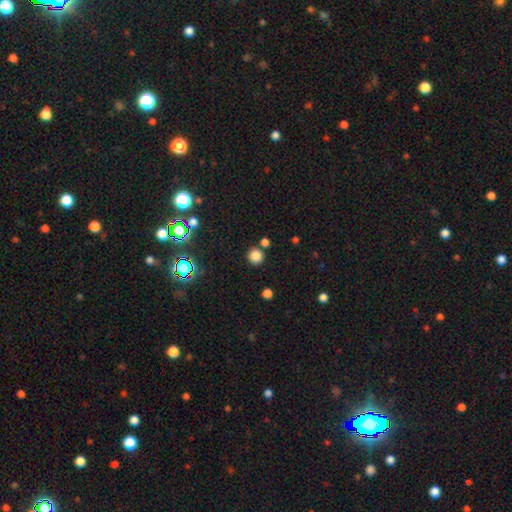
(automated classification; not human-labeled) smooth-or-featured: smooth: 79% | star or artifact: 16% | featured or disk: 5%
  how-rounded: round: 91% | in between: 8% | cigar-shaped: 1%
  merging: none: 80% | merger: 9% | minor disturbance: 8% | major disturbance: 3%